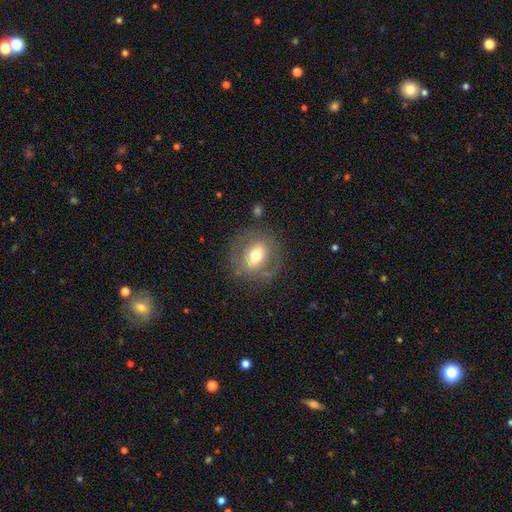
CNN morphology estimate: A smooth galaxy with no disk features (49%).

Vote fractions:
- Smooth or featured? smooth: 49% / featured or disk: 43% / star or artifact: 8%
- Merging? none: 77% / minor disturbance: 13% / major disturbance: 8% / merger: 2%